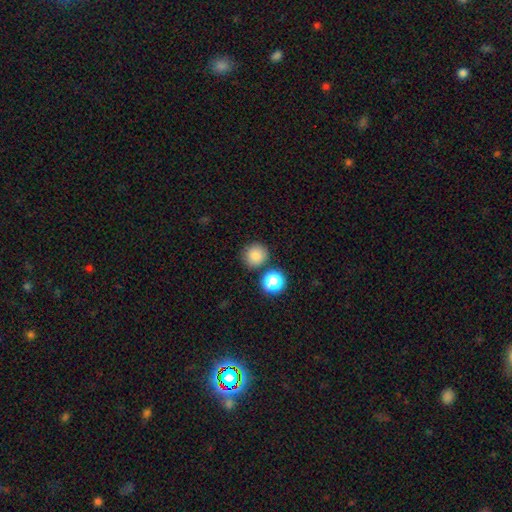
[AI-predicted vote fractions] Overall: smooth (82%). How rounded: round (91%). Merging: none (80%).